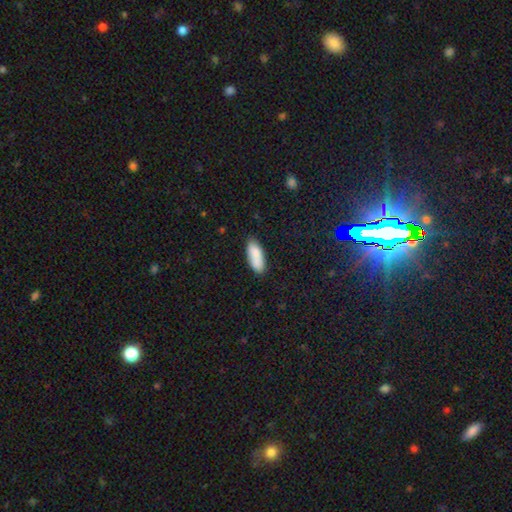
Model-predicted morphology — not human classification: type=smooth (85%); roundness=in between (78%); merging=none (78%).